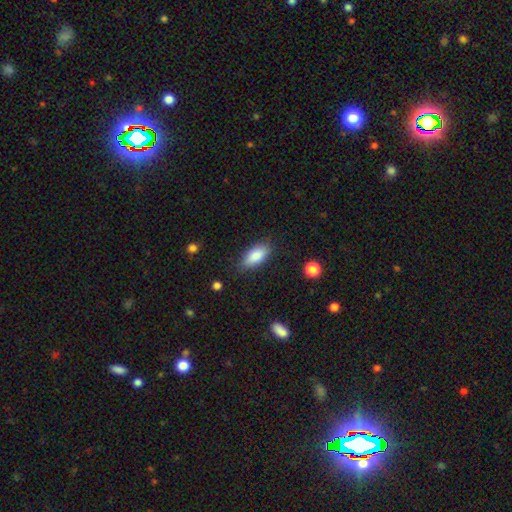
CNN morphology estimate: smooth 83%, featured or disk 10%, star or artifact 7%. Down the decision tree: how rounded — in between (86%); merging — none (81%).